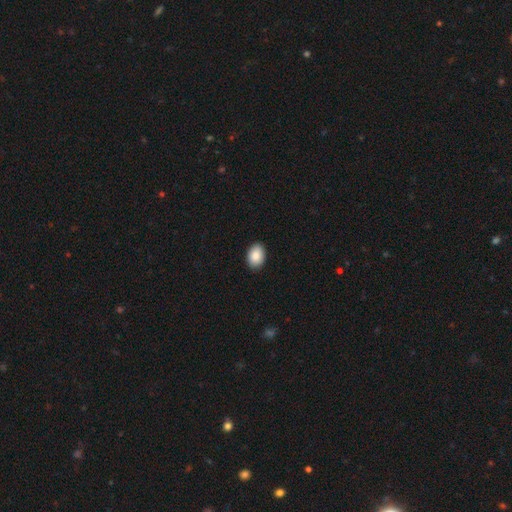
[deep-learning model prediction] Smooth or featured? smooth (89%)
How rounded? in between (83%)
Merging? none (89%)